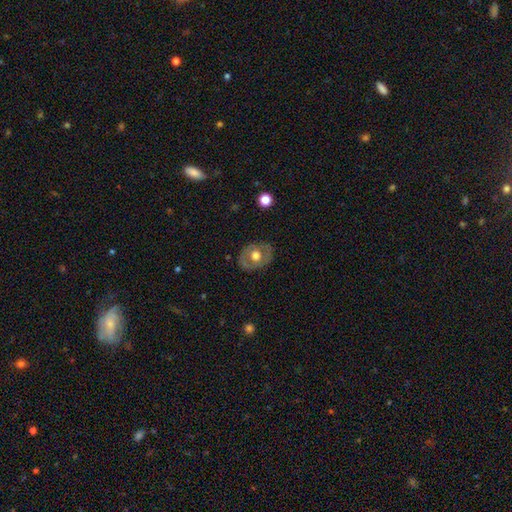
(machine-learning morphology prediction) This appears to be a featured or disk galaxy (51%). Merging: none (80%).